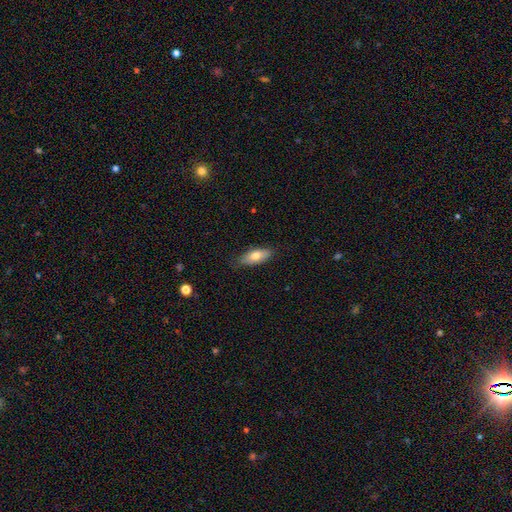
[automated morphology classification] Smooth or featured: smooth — 74% (featured or disk — 20%)
How rounded: in between — 80% (cigar-shaped — 17%)
Merging: none — 79% (minor disturbance — 17%)